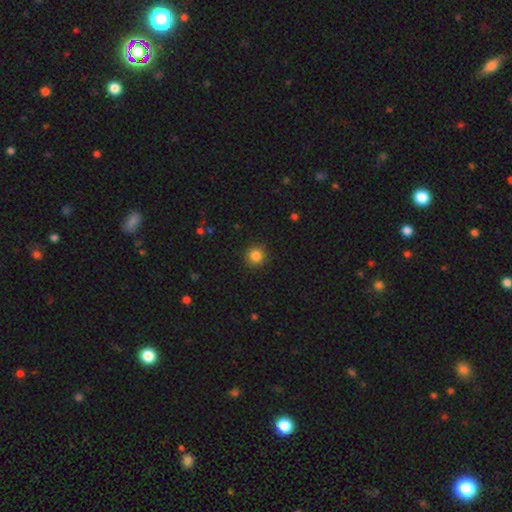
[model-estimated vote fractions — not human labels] This is clearly a smooth galaxy (84%). How rounded: clearly round (94%). Merging: clearly none (91%).